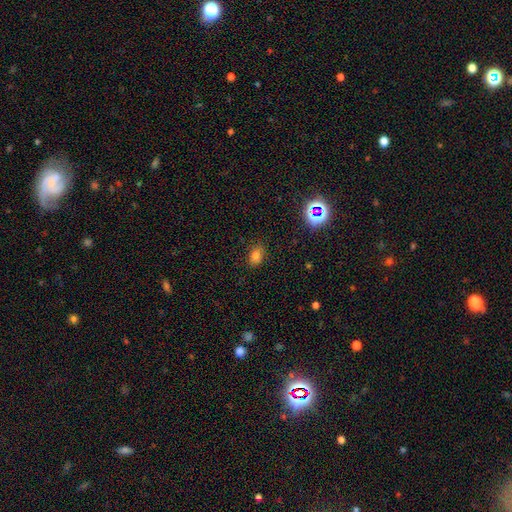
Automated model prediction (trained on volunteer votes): smooth-or-featured: smooth: 77% | star or artifact: 17% | featured or disk: 6%
  how-rounded: in between: 78% | round: 21% | cigar-shaped: 2%
  merging: none: 81% | minor disturbance: 14% | major disturbance: 4% | merger: 1%